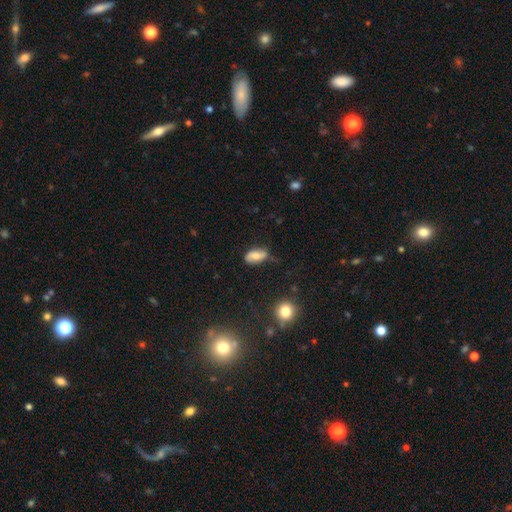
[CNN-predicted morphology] smooth_or_featured: smooth (p=0.69) [alt: featured or disk p=0.22]
how_rounded: in between (p=0.89) [alt: cigar-shaped p=0.06]
merging: none (p=0.59) [alt: minor disturbance p=0.31]